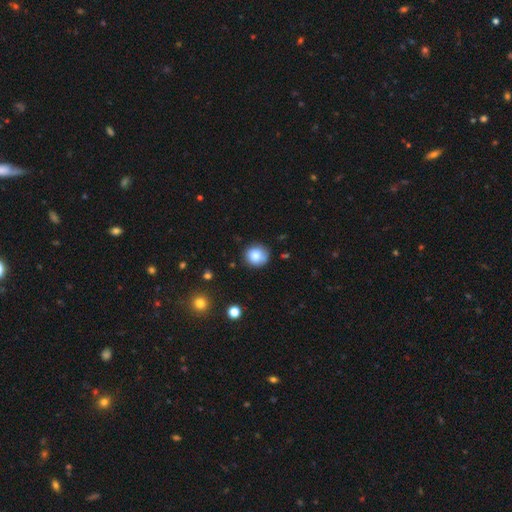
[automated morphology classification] The model was most divided on "merging": none: 78%, minor disturbance: 17%, major disturbance: 3%, merger: 2%. More confident: how rounded — round (88%); smooth or featured — smooth (82%).